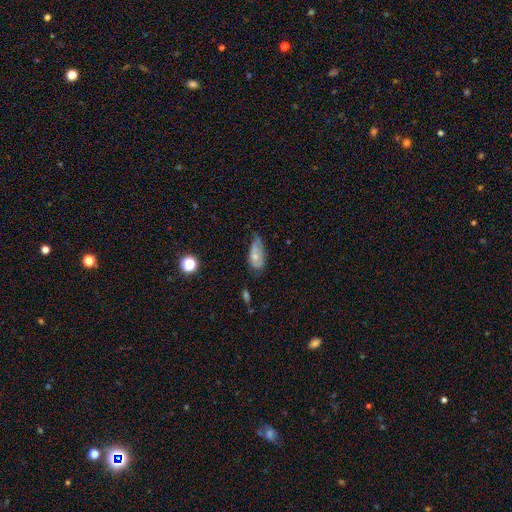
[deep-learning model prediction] A smooth galaxy with no disk features (63%) that is in between round and cigar-shaped (89%).

Vote fractions:
- Smooth or featured? smooth: 63% / featured or disk: 28% / star or artifact: 8%
- How rounded? in between: 89% / cigar-shaped: 7% / round: 4%
- Merging? minor disturbance: 44% / none: 33% / major disturbance: 20% / merger: 3%